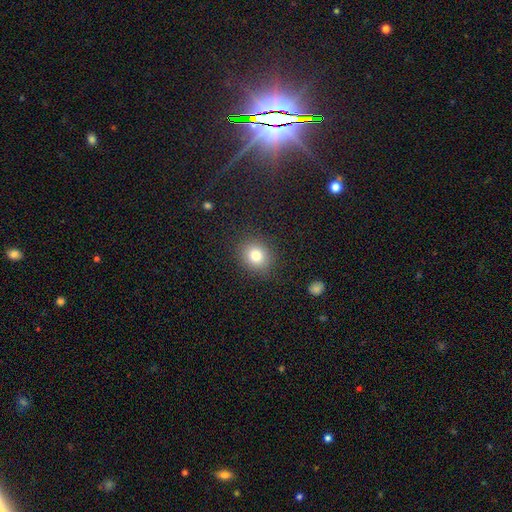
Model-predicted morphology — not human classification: Smooth or featured: smooth — 80% (star or artifact — 12%)
How rounded: round — 76% (in between — 23%)
Merging: none — 87% (minor disturbance — 9%)